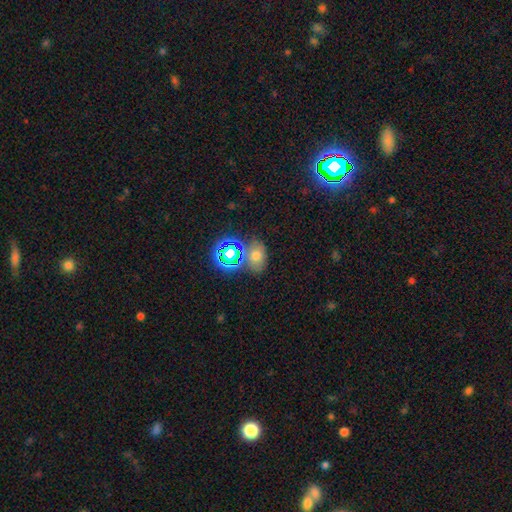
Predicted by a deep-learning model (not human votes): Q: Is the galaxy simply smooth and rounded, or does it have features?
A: smooth — 59%.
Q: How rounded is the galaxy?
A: in between — 63%.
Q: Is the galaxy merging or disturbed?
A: none — 67%.